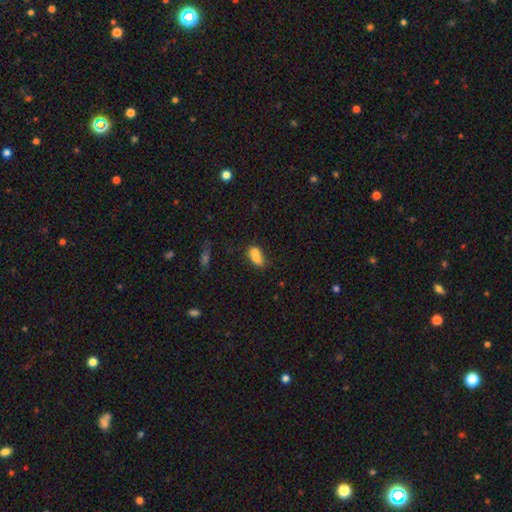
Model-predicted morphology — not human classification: Q: Smooth or featured?
A: smooth (79%); runner-up: featured or disk (12%)
Q: How rounded?
A: in between (82%); runner-up: cigar-shaped (11%)
Q: Merging?
A: none (43%); runner-up: merger (33%)